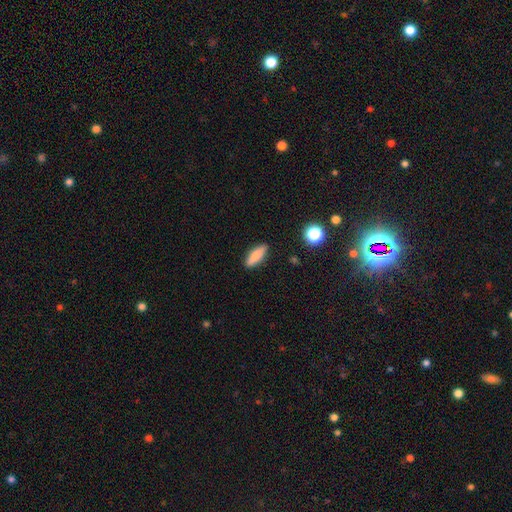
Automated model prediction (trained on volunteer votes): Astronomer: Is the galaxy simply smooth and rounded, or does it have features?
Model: smooth — 76%.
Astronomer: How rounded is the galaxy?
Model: in between — 49% (runner-up: cigar-shaped, 48%).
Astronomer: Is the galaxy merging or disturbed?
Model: none — 88%.